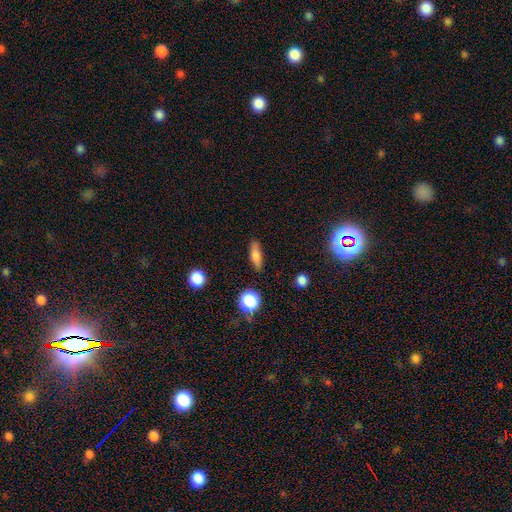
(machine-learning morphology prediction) The model was most divided on "how rounded" (2-way tie): in between: 46%, cigar-shaped: 46%, round: 7%. More confident: merging — none (81%); smooth or featured — smooth (74%).